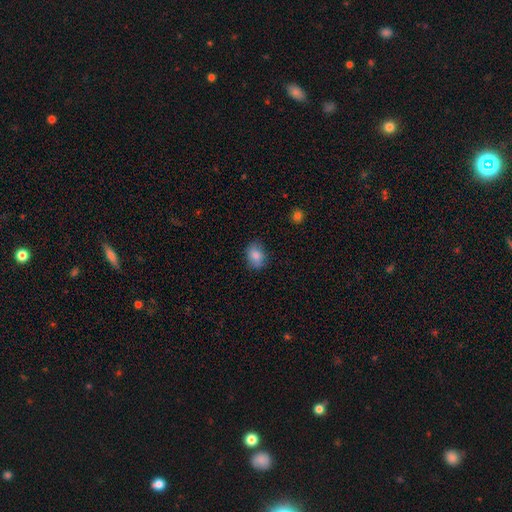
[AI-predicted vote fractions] Morphology: type=smooth (84%); roundness=in between (69%); merging=none (80%).